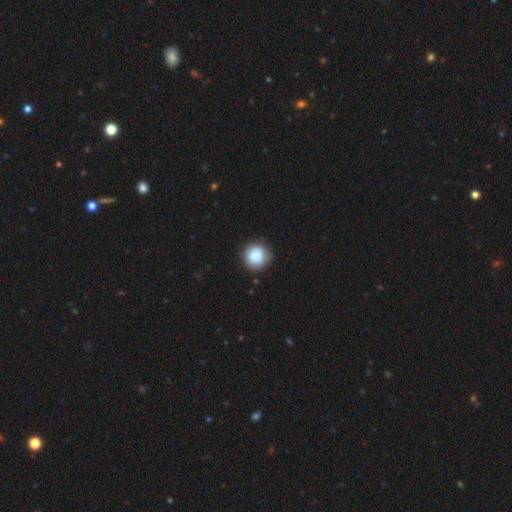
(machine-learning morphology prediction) smooth 86%, star or artifact 8%, featured or disk 6%. Down the decision tree: how rounded — round (92%); merging — none (83%).